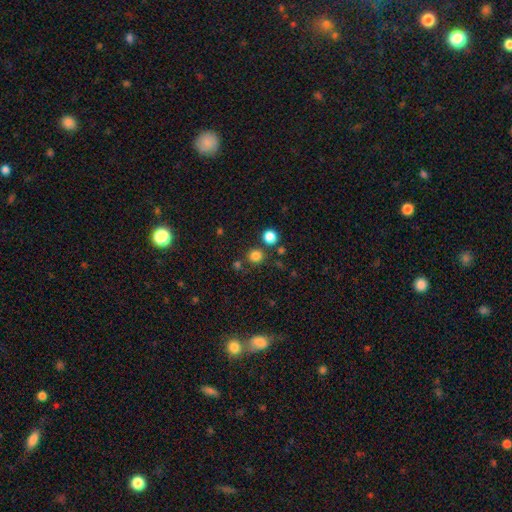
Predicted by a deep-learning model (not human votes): Smooth or featured: smooth — 80% (star or artifact — 16%)
How rounded: round — 90% (in between — 9%)
Merging: none — 80% (merger — 10%)